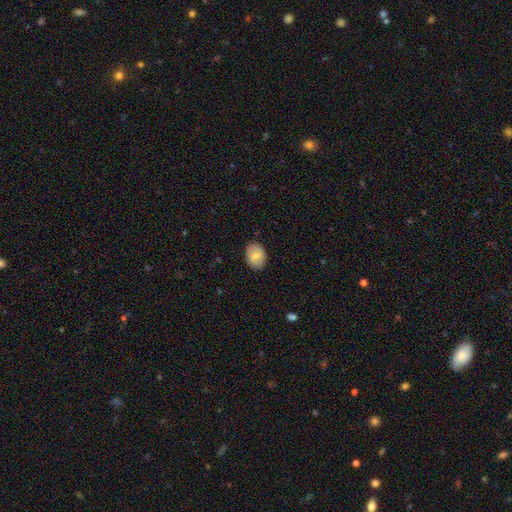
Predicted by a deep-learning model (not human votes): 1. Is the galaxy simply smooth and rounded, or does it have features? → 78% smooth, 16% featured or disk, 7% star or artifact.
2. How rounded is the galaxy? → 69% in between, 30% round, 1% cigar-shaped.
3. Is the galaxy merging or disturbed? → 87% none, 10% minor disturbance, 2% major disturbance, 1% merger.